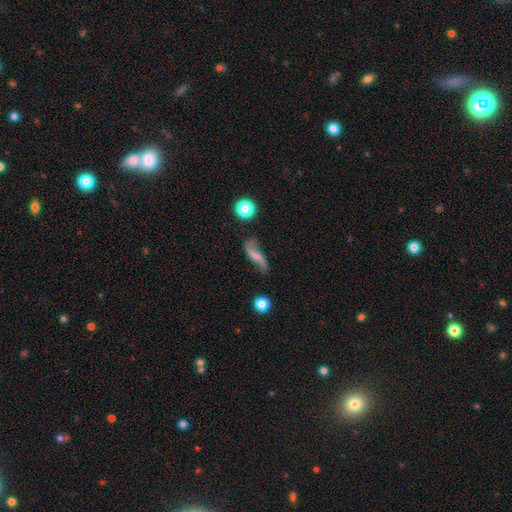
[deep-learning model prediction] A featured or disk galaxy (63%) with no bar (40%), spiral arms (88%) and no central bulge (43%).

Vote fractions:
- Smooth or featured? featured or disk: 63% / smooth: 27% / star or artifact: 10%
- Edge-on disk? no: 87% / yes: 13%
- Bar? no: 40% / weak: 35% / strong: 25%
- Spiral arms? yes: 88% / no: 12%
- Bulge size? none: 43% / small: 33% / moderate: 17% / large: 4% / dominant: 2%
- Merging? none: 63% / minor disturbance: 21% / major disturbance: 11% / merger: 5%